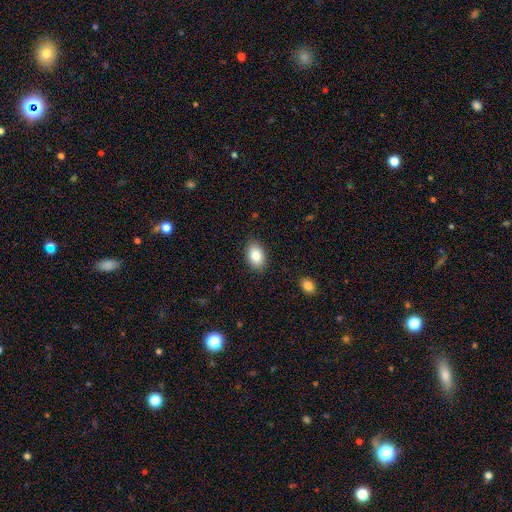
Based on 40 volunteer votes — Smooth or featured: smooth — 88% (featured or disk — 8%)
How rounded: in between — 91% (round — 9%)
Merging: none — 84% (minor disturbance — 11%)